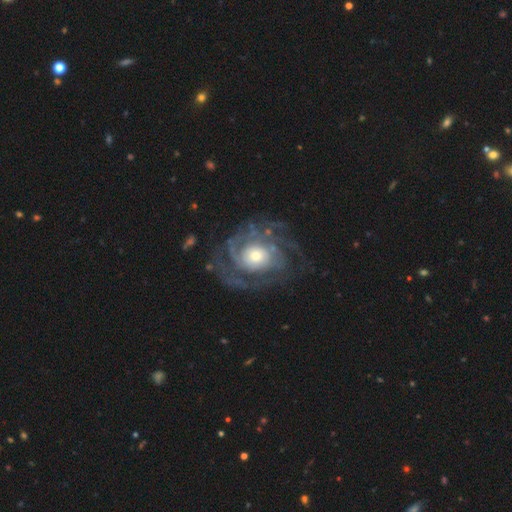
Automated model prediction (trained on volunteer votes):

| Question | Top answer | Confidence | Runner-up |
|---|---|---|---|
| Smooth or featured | featured or disk | 87% | smooth (8%) |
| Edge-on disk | no | 98% | yes (2%) |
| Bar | no | 79% | weak (17%) |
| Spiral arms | yes | 95% | no (5%) |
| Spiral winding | tight | 60% | medium (30%) |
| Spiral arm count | can't tell | 29% | 2 (22%) |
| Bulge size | moderate | 51% | small (26%) |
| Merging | none | 68% | minor disturbance (15%) |